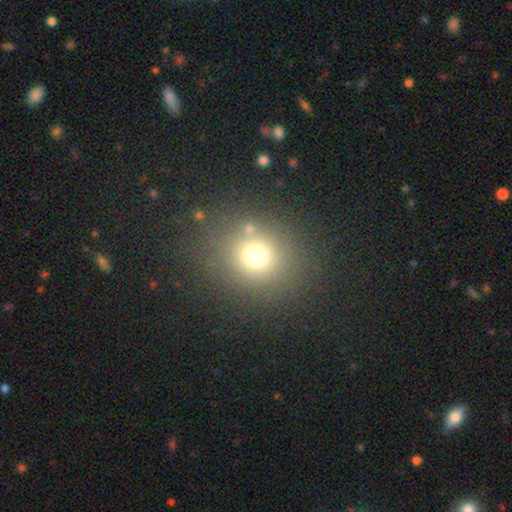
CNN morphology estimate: Smooth or featured? Predicted: smooth (p=0.71). How rounded? Predicted: round (p=0.84). Merging? Predicted: none (p=0.81).